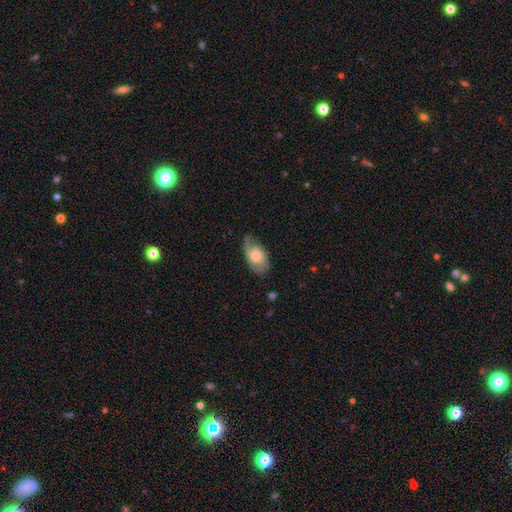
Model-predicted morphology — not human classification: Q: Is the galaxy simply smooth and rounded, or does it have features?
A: featured or disk — 50%.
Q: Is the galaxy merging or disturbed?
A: none — 58%.